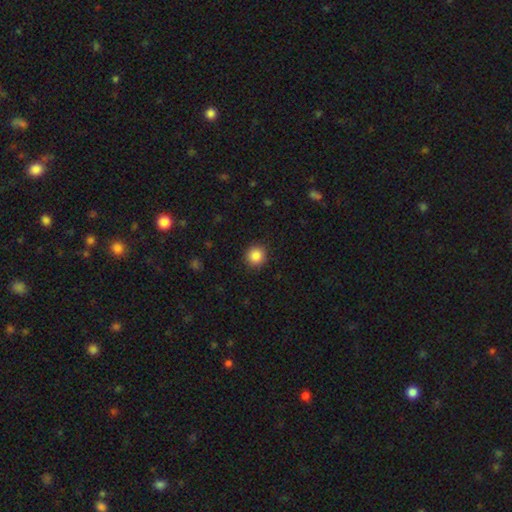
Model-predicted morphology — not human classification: Smooth or featured? Predicted: smooth (p=0.87). How rounded? Predicted: round (p=0.93). Merging? Predicted: none (p=0.91).